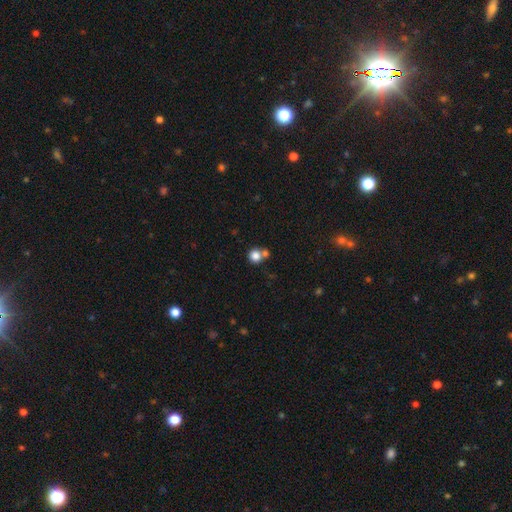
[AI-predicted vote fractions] This appears to be a smooth galaxy with no disk features (81%) that is round (89%). Merging: none (53%).